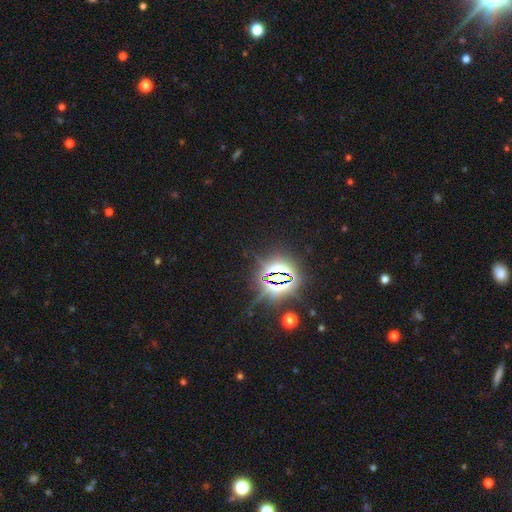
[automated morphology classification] smooth_or_featured: star or artifact (p=0.83) [alt: smooth p=0.10]